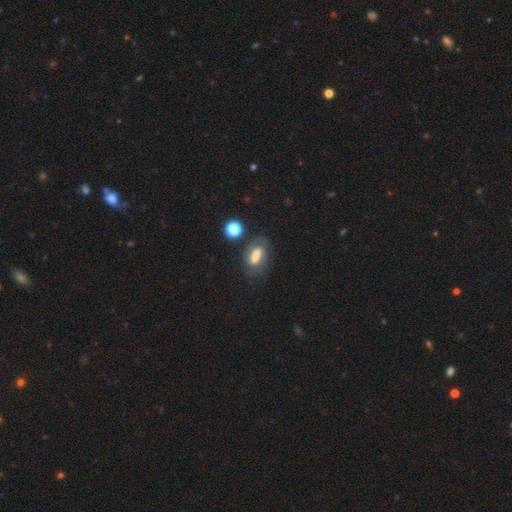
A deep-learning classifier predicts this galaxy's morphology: Smooth or featured?
  - smooth: 59% *
  - featured or disk: 30%
  - star or artifact: 11%
How rounded?
  - in between: 75% *
  - cigar-shaped: 16%
  - round: 8%
Merging?
  - none: 60% *
  - minor disturbance: 22%
  - major disturbance: 11%
  - merger: 7%